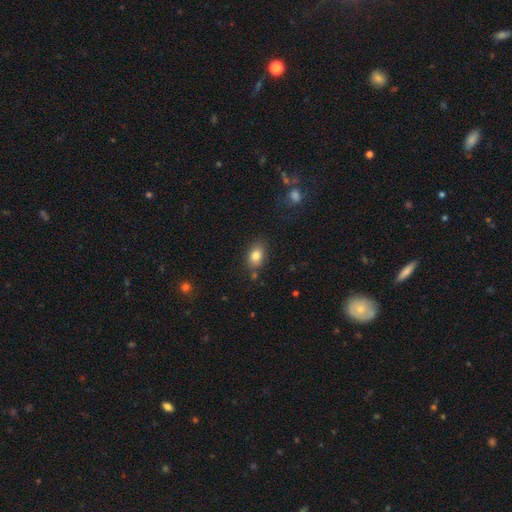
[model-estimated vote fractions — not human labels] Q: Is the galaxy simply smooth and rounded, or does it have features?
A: smooth — 81%.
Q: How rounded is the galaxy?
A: in between — 77%.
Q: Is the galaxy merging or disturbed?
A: none — 77%.